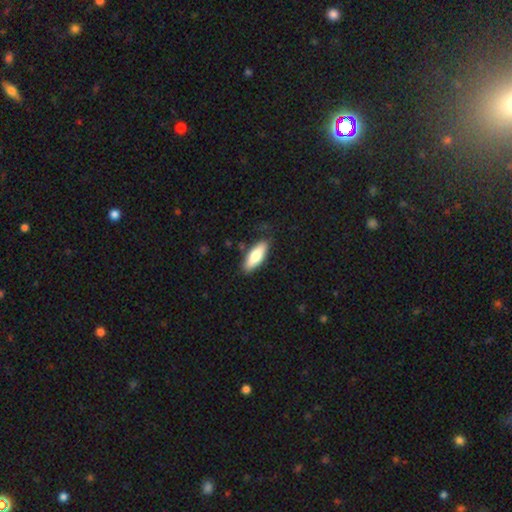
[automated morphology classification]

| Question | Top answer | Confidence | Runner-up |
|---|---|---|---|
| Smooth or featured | smooth | 76% | featured or disk (18%) |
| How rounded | in between | 66% | cigar-shaped (32%) |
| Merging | none | 82% | minor disturbance (13%) |